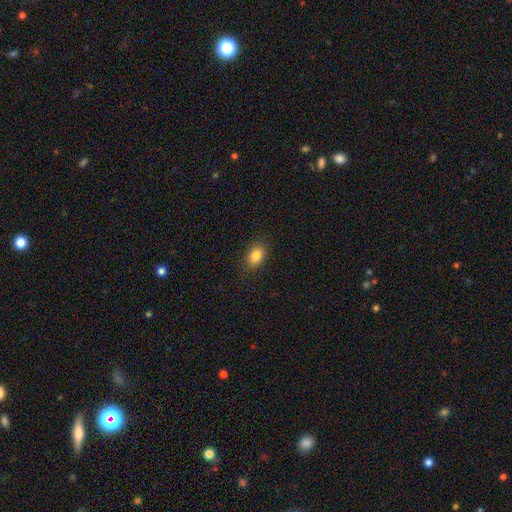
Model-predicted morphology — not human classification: Overall: smooth (84%). How rounded: in between (77%). Merging: none (85%).